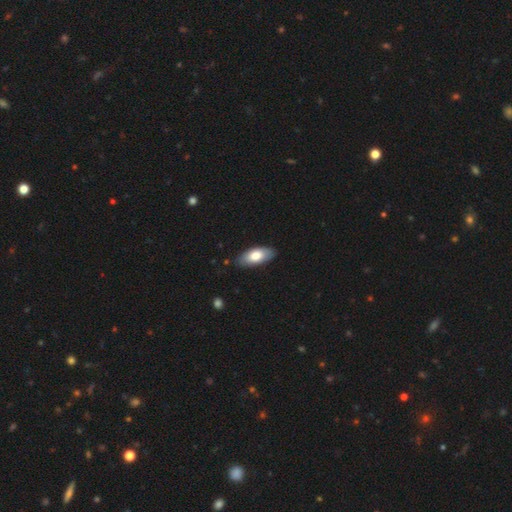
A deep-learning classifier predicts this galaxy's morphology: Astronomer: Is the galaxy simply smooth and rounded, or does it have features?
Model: smooth — 74%.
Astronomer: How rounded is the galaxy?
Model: in between — 88%.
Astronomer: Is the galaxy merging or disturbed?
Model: none — 85%.